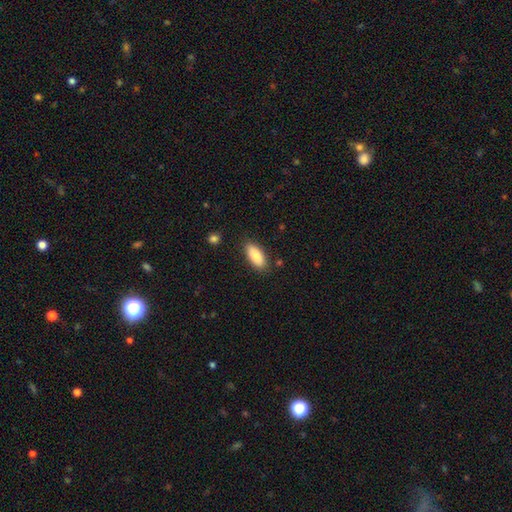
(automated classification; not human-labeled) A smooth galaxy with no disk features (86%) that is in between round and cigar-shaped (86%). Merging: none (85%).